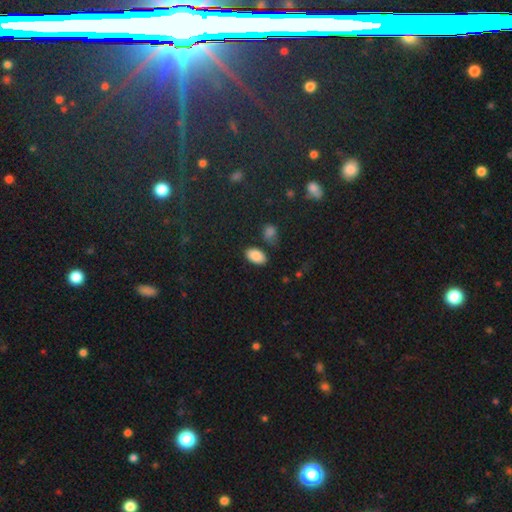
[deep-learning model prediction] The model was most divided on "merging": none: 78%, minor disturbance: 13%, merger: 6%, major disturbance: 4%. More confident: how rounded — in between (93%); smooth or featured — smooth (87%).